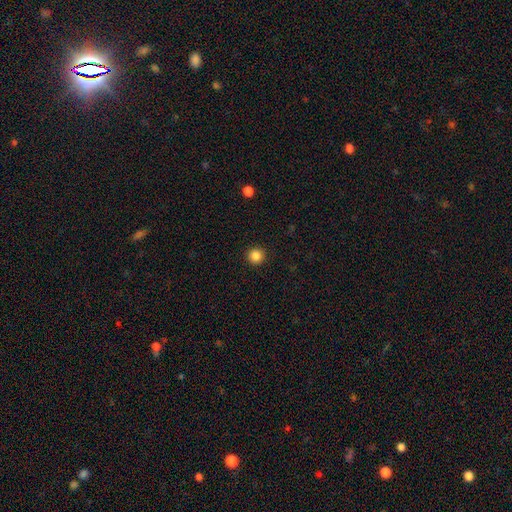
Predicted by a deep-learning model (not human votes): Q: Smooth or featured?
A: smooth (86%); runner-up: star or artifact (11%)
Q: How rounded?
A: round (95%); runner-up: in between (4%)
Q: Merging?
A: none (93%); runner-up: minor disturbance (4%)